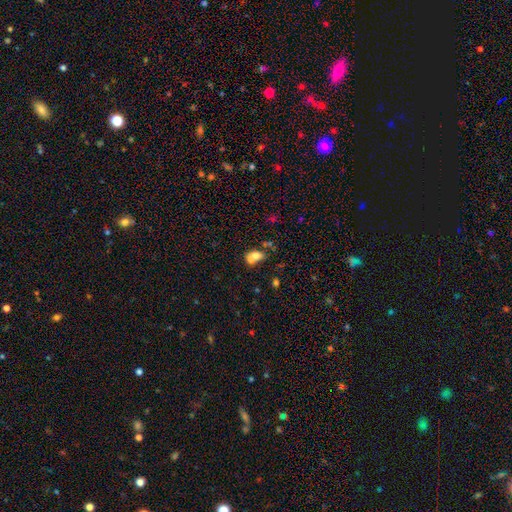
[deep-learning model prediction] This is likely a smooth galaxy (70%). How rounded: likely in between (72%). Merging: likely merger (60%).